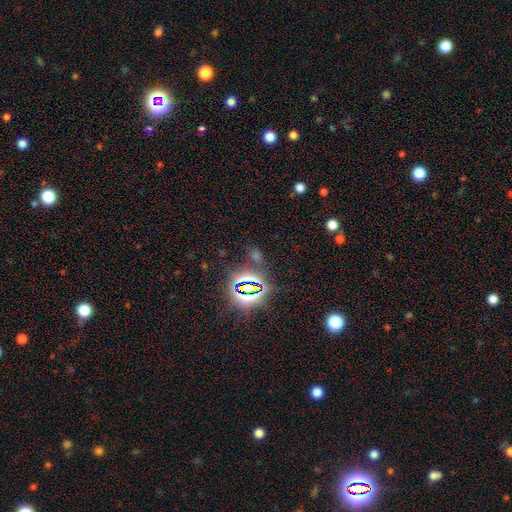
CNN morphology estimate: type=star or artifact (72%).